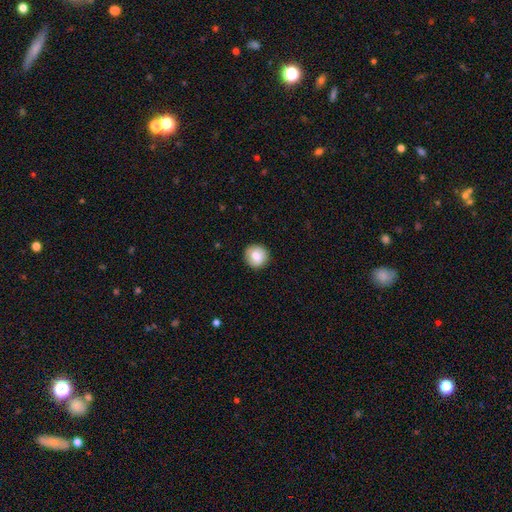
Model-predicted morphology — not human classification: Smooth or featured? smooth (78%)
How rounded? round (94%)
Merging? none (90%)